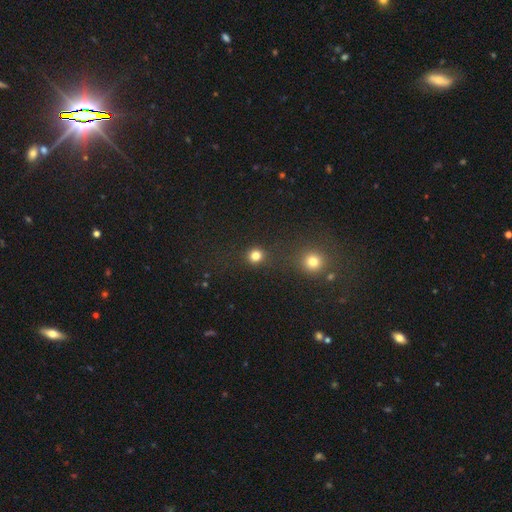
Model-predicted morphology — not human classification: A smooth galaxy with no disk features (81%) that is round (91%).

Vote fractions:
- Smooth or featured? smooth: 81% / star or artifact: 15% / featured or disk: 4%
- How rounded? round: 91% / in between: 8% / cigar-shaped: 1%
- Merging? none: 85% / minor disturbance: 7% / merger: 5% / major disturbance: 3%